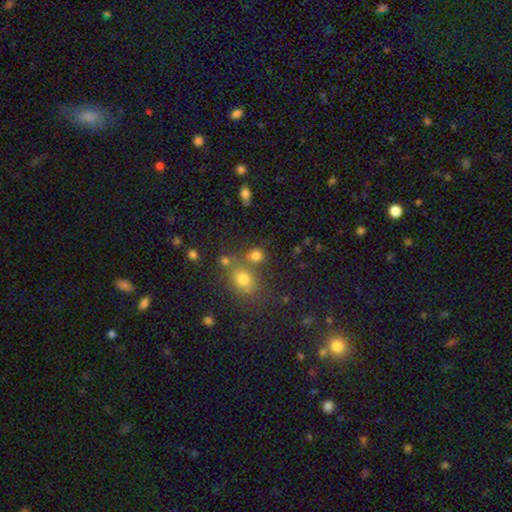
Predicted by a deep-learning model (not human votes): smooth 76%, star or artifact 16%, featured or disk 8%. Down the decision tree: how rounded — round (77%); merging — none (62%).